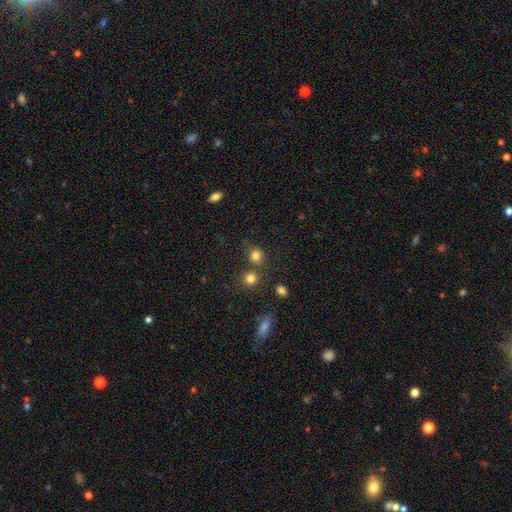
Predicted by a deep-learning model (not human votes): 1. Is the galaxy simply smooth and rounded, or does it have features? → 81% smooth, 13% star or artifact, 6% featured or disk.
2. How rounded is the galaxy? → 74% round, 24% in between, 1% cigar-shaped.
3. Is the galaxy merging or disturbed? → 68% none, 16% merger, 12% minor disturbance, 5% major disturbance.